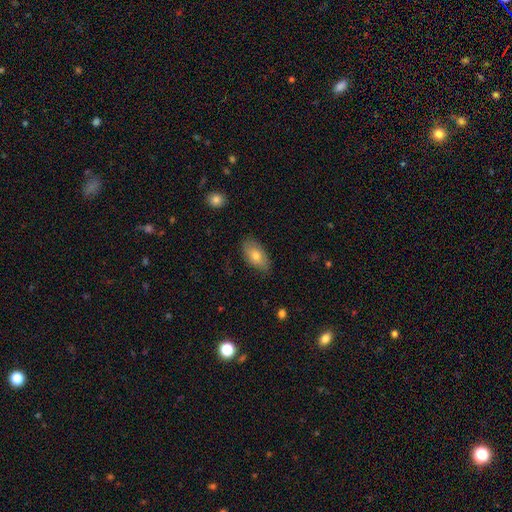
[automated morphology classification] smooth_or_featured: smooth (p=0.73) [alt: featured or disk p=0.20]
how_rounded: in between (p=0.92) [alt: round p=0.05]
merging: none (p=0.80) [alt: minor disturbance p=0.16]